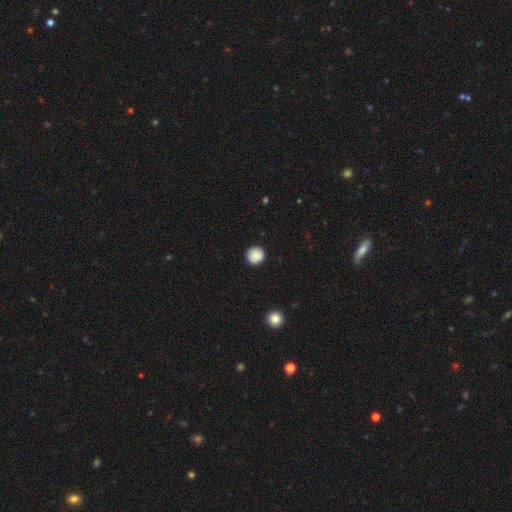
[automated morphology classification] Overall: smooth (88%). How rounded: round (95%). Merging: none (90%).